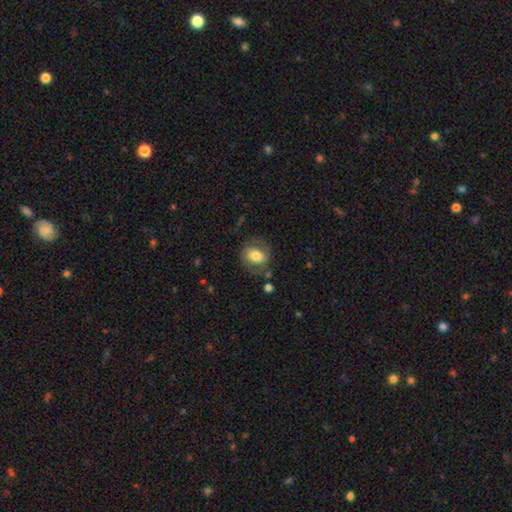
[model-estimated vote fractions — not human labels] Smooth or featured: smooth — 61% (featured or disk — 31%)
How rounded: round — 50% (in between — 49%)
Merging: none — 66% (minor disturbance — 18%)